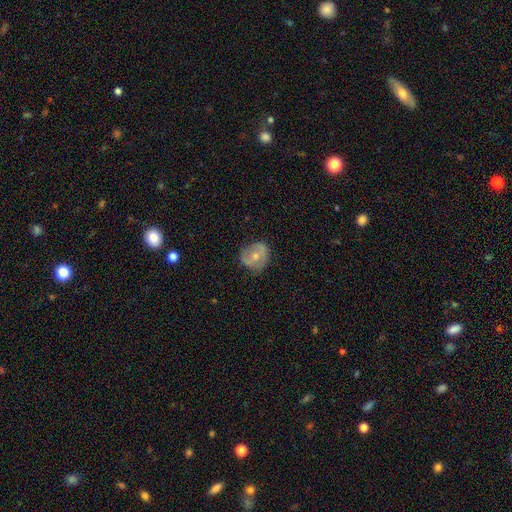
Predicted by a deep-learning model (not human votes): This appears to be a featured or disk galaxy (48%). Merging: none (69%).